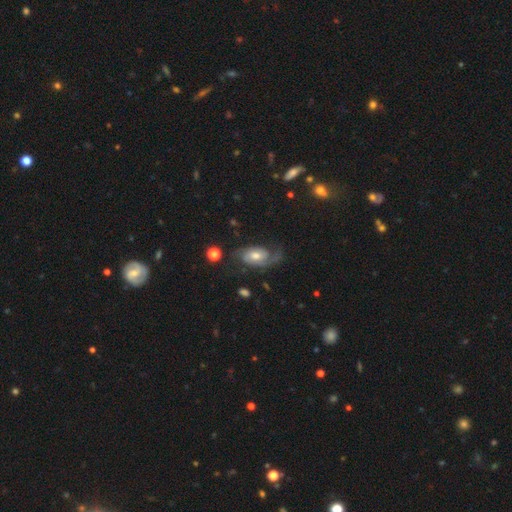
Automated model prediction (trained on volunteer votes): smooth-or-featured: featured or disk: 75% | smooth: 17% | star or artifact: 7%
  disk-edge-on: no: 95% | yes: 5%
    bar: no: 64% | weak: 29% | strong: 6%
    has-spiral-arms: yes: 92% | no: 8%
      spiral-winding: medium: 41% | tight: 34% | loose: 25%
      spiral-arm-count: 2: 62% | 1: 22% | can't tell: 10% | 3: 2% | 4: 1% | more than 4: 1%
    bulge-size: moderate: 64% | small: 21% | large: 11% | none: 2% | dominant: 2%
  merging: none: 59% | minor disturbance: 21% | major disturbance: 18% | merger: 2%